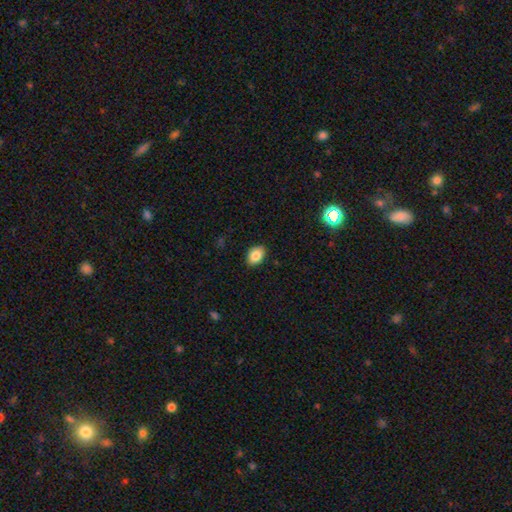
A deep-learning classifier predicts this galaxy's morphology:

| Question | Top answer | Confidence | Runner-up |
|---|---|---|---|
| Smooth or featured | smooth | 85% | star or artifact (8%) |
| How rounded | in between | 77% | round (22%) |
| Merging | none | 89% | minor disturbance (8%) |